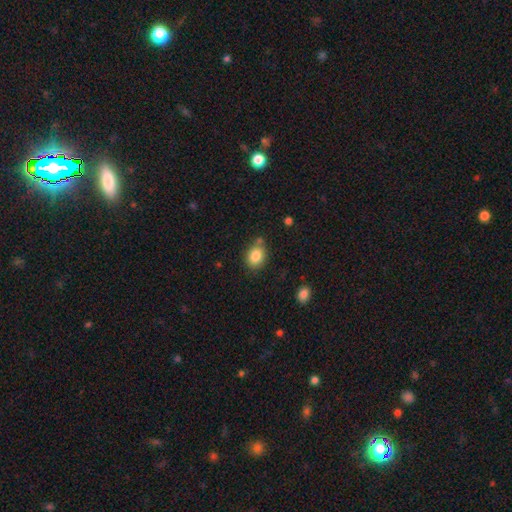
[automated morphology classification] Smooth or featured? Predicted: smooth (p=0.84). How rounded? Predicted: in between (p=0.56). Merging? Predicted: none (p=0.72).